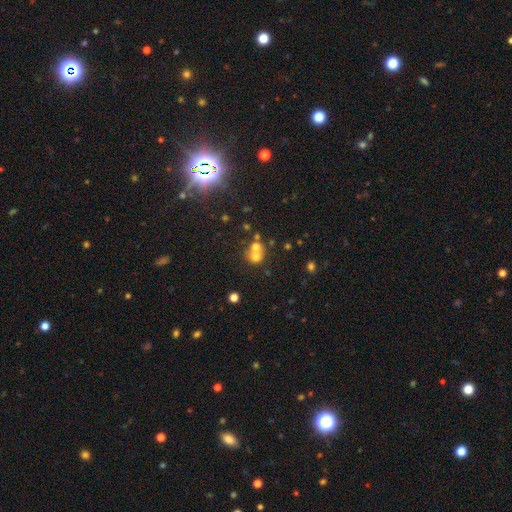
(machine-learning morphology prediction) This is likely a smooth galaxy (64%). How rounded: likely round (75%). Merging: likely merger (61%).